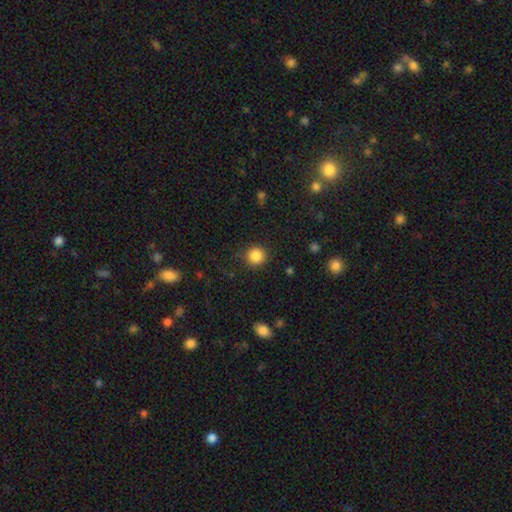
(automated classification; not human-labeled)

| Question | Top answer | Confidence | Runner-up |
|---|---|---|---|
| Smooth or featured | smooth | 85% | star or artifact (11%) |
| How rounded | round | 93% | in between (6%) |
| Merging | none | 88% | minor disturbance (8%) |